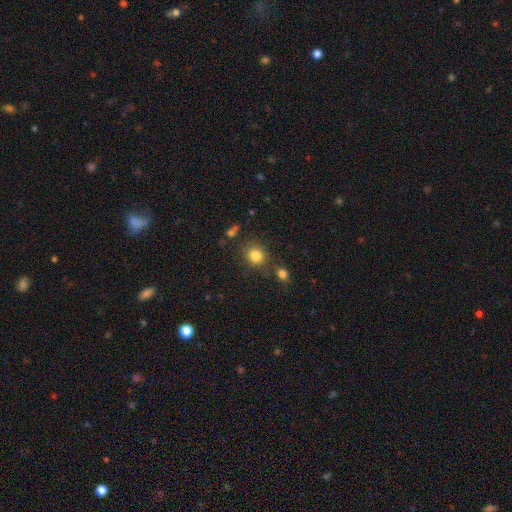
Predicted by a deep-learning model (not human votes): Morphology: type=smooth (83%); roundness=round (74%); merging=none (75%).